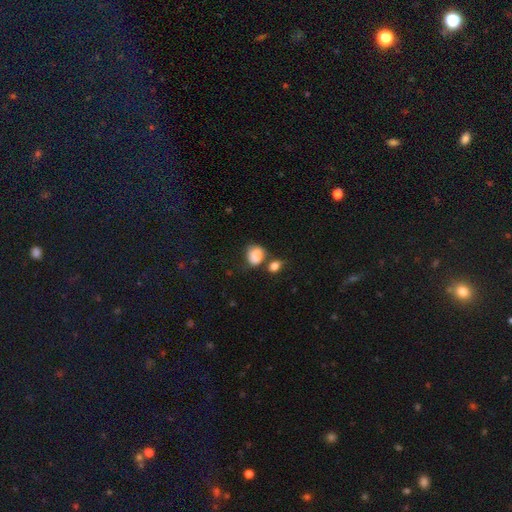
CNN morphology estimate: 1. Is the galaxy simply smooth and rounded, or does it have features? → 85% smooth, 8% star or artifact, 6% featured or disk.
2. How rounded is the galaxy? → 55% in between, 44% round, 1% cigar-shaped.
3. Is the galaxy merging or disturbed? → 43% none, 24% merger, 23% minor disturbance, 9% major disturbance.